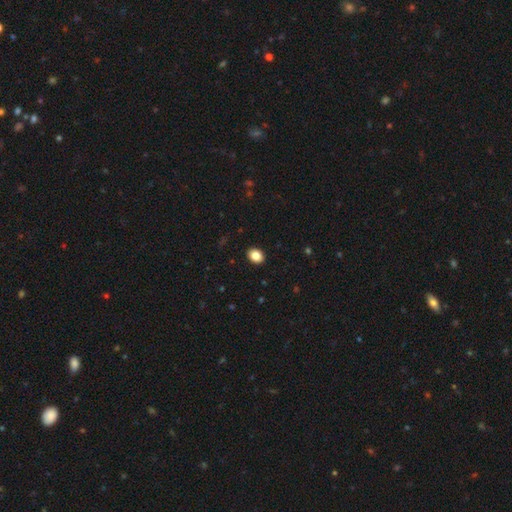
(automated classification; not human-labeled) Morphology: type=smooth (86%); roundness=in between (62%); merging=none (91%).